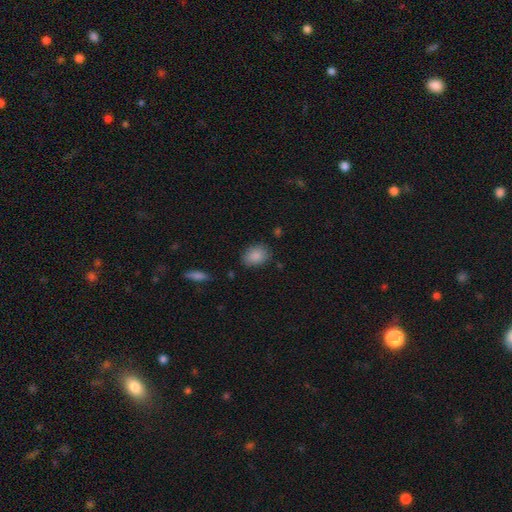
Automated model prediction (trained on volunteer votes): This appears to be a smooth galaxy with no disk features (88%) that is in between round and cigar-shaped (73%). Merging: none (81%).